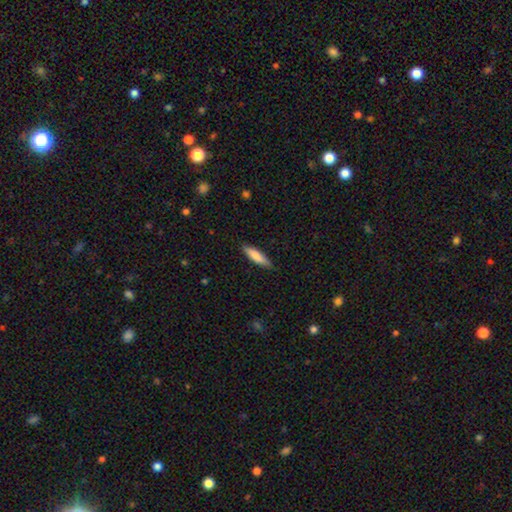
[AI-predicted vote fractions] This is likely a smooth galaxy (78%). How rounded: likely cigar-shaped (68%). Merging: clearly none (85%).